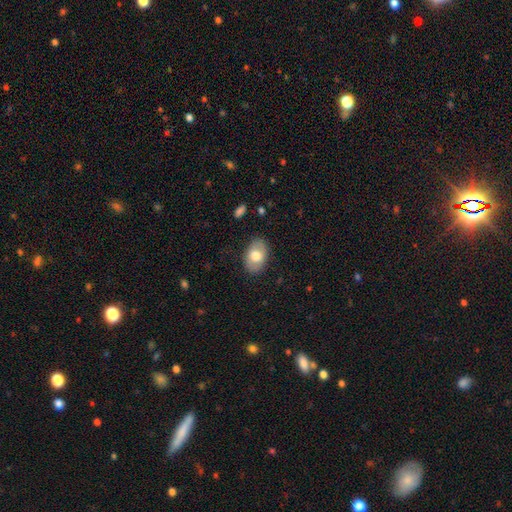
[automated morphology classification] The model was most divided on "smooth or featured": smooth: 65%, featured or disk: 29%, star or artifact: 6%. More confident: how rounded — in between (86%); merging — none (83%).